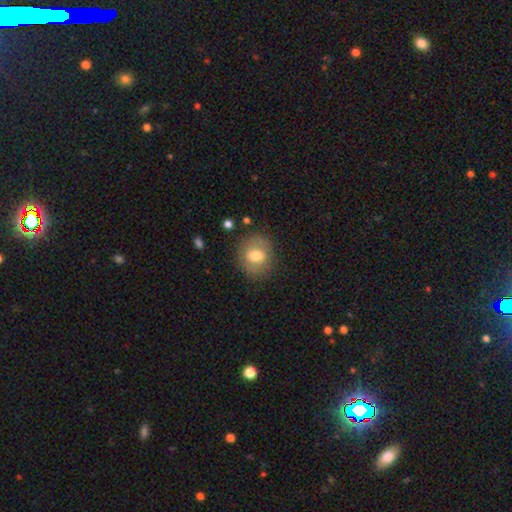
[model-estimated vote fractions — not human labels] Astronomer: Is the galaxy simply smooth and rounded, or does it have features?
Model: smooth — 68%.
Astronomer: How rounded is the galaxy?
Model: round — 72%.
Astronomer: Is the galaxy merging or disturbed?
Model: none — 79%.